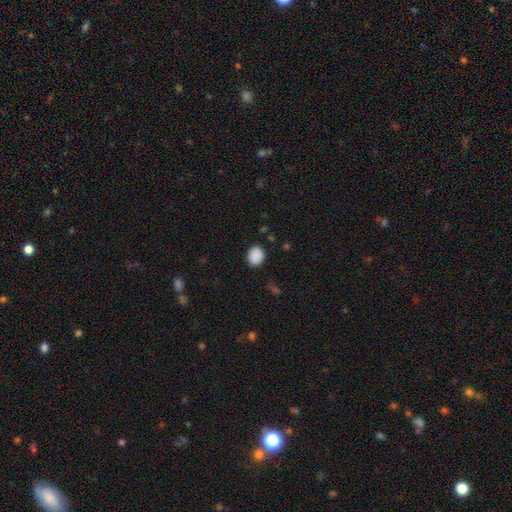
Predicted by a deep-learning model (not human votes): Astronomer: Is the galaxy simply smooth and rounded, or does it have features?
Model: smooth — 89%.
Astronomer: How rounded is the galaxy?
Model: round — 56% (runner-up: in between, 43%).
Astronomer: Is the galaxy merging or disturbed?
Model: none — 85%.